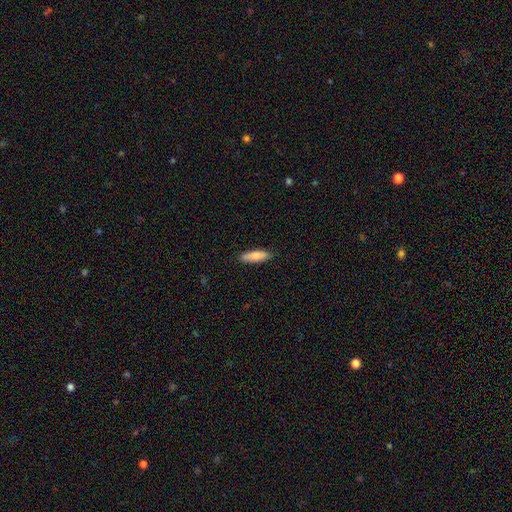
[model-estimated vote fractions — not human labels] Smooth or featured?
  - smooth: 79% *
  - featured or disk: 15%
  - star or artifact: 6%
How rounded?
  - cigar-shaped: 61% *
  - in between: 37%
  - round: 2%
Merging?
  - none: 89% *
  - minor disturbance: 9%
  - major disturbance: 2%
  - merger: 1%